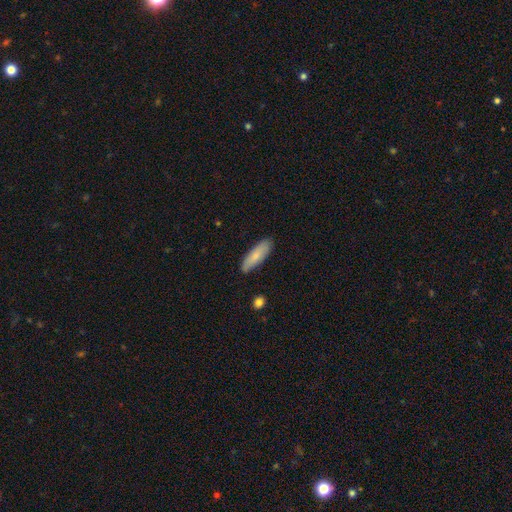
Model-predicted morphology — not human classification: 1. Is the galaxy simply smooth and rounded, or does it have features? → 79% smooth, 16% featured or disk, 6% star or artifact.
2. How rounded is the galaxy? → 52% cigar-shaped, 46% in between, 2% round.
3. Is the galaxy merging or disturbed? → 85% none, 12% minor disturbance, 2% major disturbance, 1% merger.